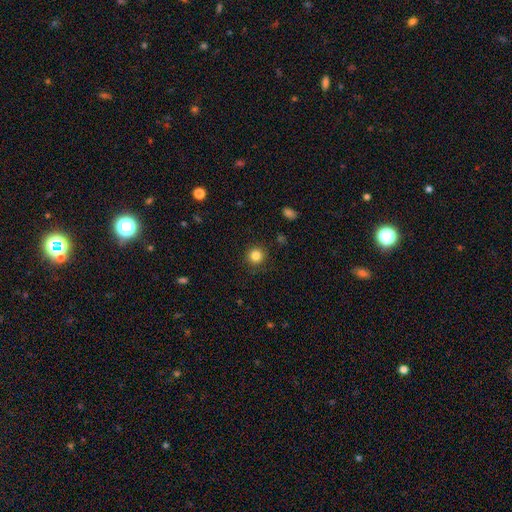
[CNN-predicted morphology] Smooth or featured: smooth — 84% (star or artifact — 11%)
How rounded: round — 93% (in between — 6%)
Merging: none — 90% (minor disturbance — 7%)